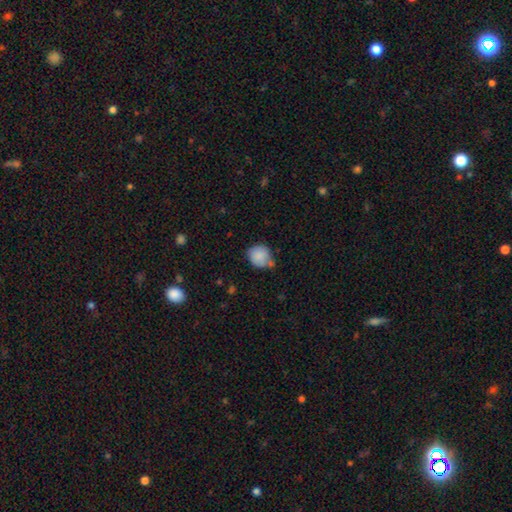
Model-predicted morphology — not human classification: Smooth or featured? smooth (83%)
How rounded? round (83%)
Merging? none (58%)